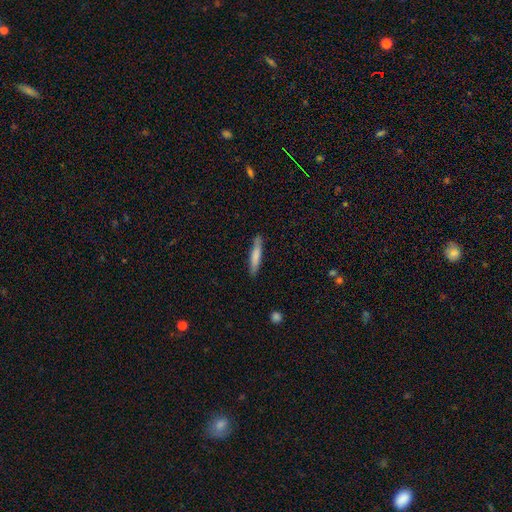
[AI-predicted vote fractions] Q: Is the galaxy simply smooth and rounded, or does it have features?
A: smooth — 74%.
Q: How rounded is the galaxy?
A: cigar-shaped — 91%.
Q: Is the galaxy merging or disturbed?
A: none — 86%.